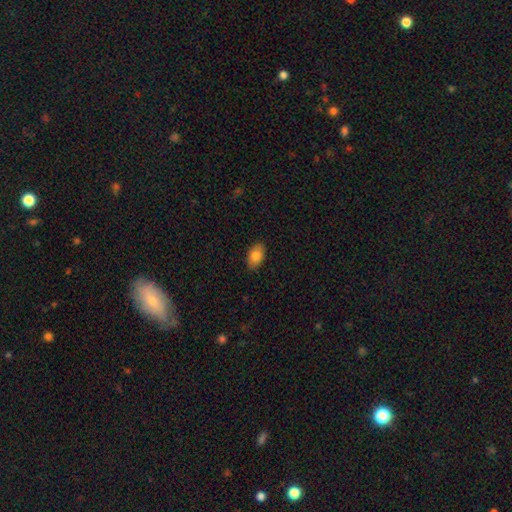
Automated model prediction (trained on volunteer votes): Smooth or featured?
  - smooth: 82% *
  - featured or disk: 10%
  - star or artifact: 7%
How rounded?
  - in between: 91% *
  - round: 8%
  - cigar-shaped: 1%
Merging?
  - none: 88% *
  - minor disturbance: 9%
  - major disturbance: 2%
  - merger: 1%